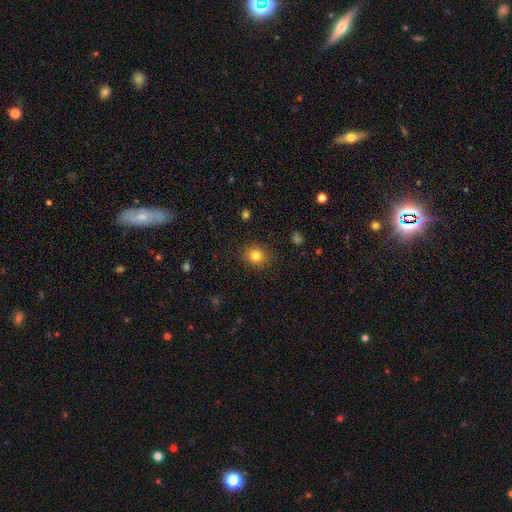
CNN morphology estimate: This appears to be a smooth galaxy with no disk features (82%) that is round (75%). Merging: none (88%).